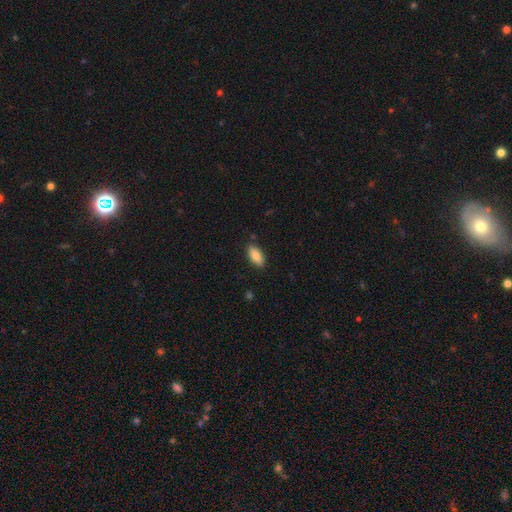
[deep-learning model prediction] Morphology: type=smooth (85%); roundness=in between (88%); merging=none (86%).